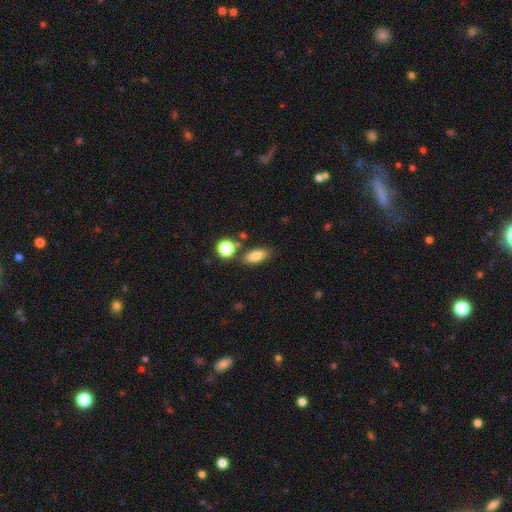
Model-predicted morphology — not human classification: The model was most divided on "merging": none: 76%, minor disturbance: 12%, merger: 9%, major disturbance: 3%. More confident: how rounded — in between (82%); smooth or featured — smooth (82%).